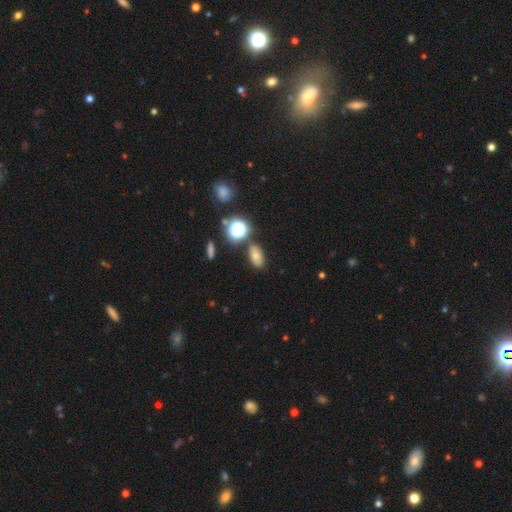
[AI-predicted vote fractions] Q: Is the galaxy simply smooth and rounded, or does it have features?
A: smooth — 64%.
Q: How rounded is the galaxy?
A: in between — 79%.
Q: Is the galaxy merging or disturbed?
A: none — 79%.